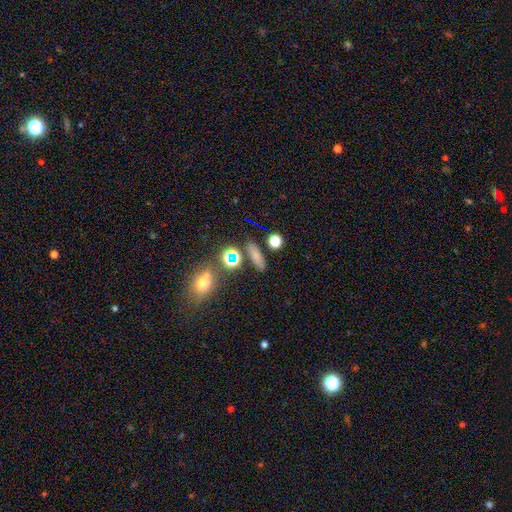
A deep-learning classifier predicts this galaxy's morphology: Smooth or featured?
  - smooth: 66% *
  - star or artifact: 21%
  - featured or disk: 13%
How rounded?
  - in between: 45% *
  - cigar-shaped: 42%
  - round: 13%
Merging?
  - none: 82% *
  - minor disturbance: 9%
  - merger: 5%
  - major disturbance: 3%